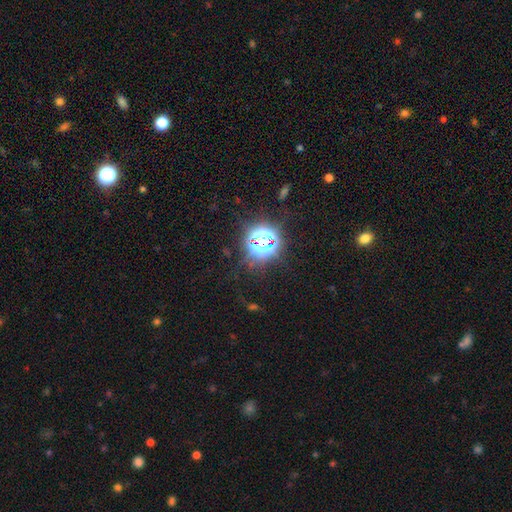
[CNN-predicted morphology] Q: Smooth or featured?
A: star or artifact (75%); runner-up: smooth (16%)